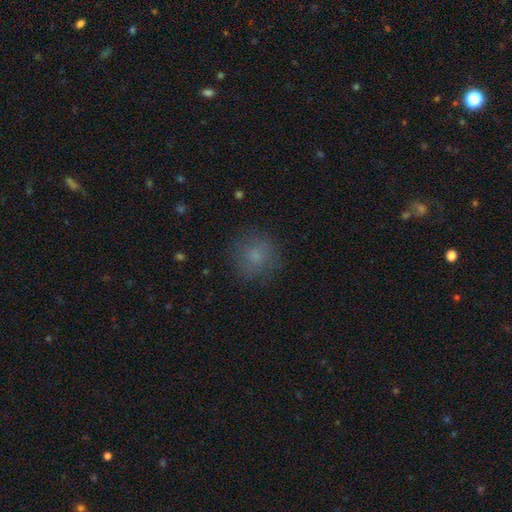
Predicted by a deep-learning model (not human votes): This appears to be a smooth galaxy with no disk features (76%) that is round (90%). Merging: none (81%).